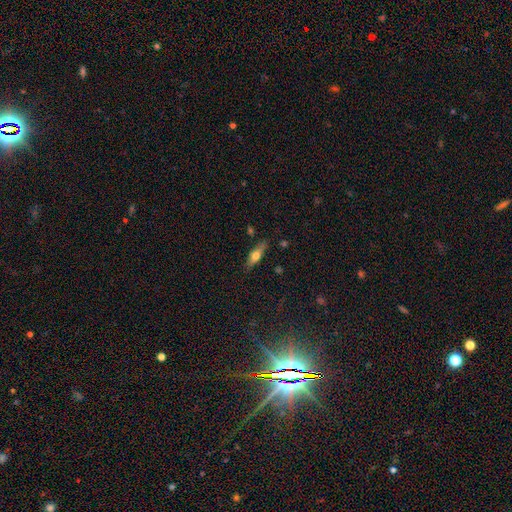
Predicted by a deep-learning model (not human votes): A smooth galaxy with no disk features (58%) that is cigar-shaped (51%). Merging: none (80%).